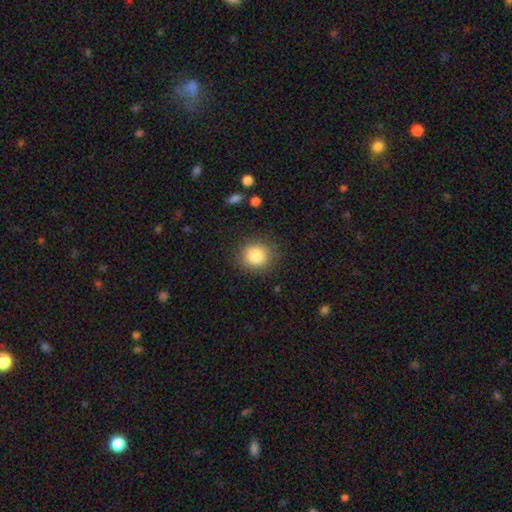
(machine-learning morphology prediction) smooth_or_featured: smooth (p=0.82) [alt: star or artifact p=0.10]
how_rounded: round (p=0.82) [alt: in between p=0.17]
merging: none (p=0.86) [alt: minor disturbance p=0.10]